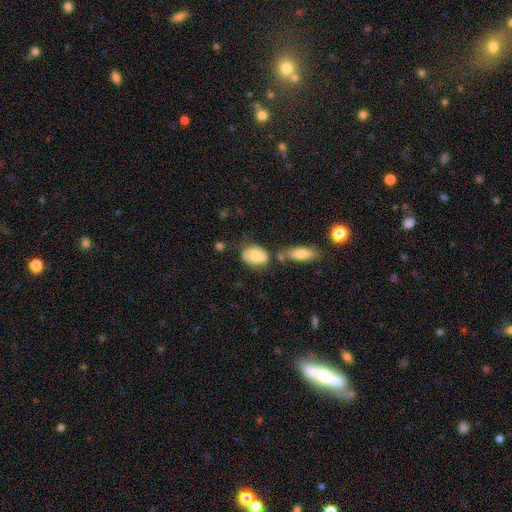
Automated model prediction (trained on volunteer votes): smooth 63%, featured or disk 30%, star or artifact 7%. Down the decision tree: how rounded — in between (80%); merging — none (55%).